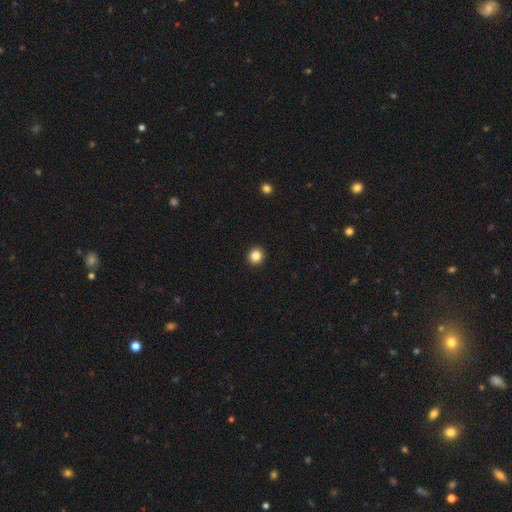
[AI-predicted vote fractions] Overall: smooth (85%). How rounded: round (87%). Merging: none (93%).